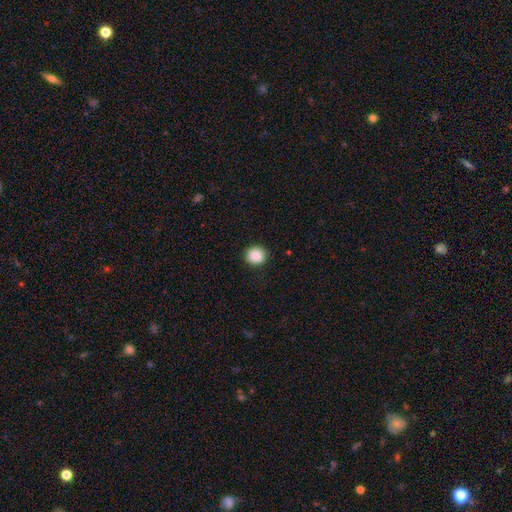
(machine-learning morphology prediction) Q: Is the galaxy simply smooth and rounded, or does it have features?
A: smooth — 88%.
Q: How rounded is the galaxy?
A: round — 91%.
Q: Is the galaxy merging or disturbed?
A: none — 92%.